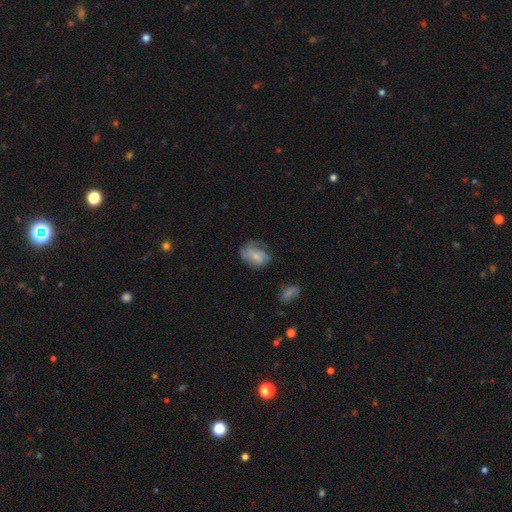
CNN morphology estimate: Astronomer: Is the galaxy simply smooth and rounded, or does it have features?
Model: smooth — 55% (runner-up: featured or disk, 37%).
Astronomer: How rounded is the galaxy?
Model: in between — 64%.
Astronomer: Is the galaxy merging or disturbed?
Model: none — 49% (runner-up: minor disturbance, 29%).